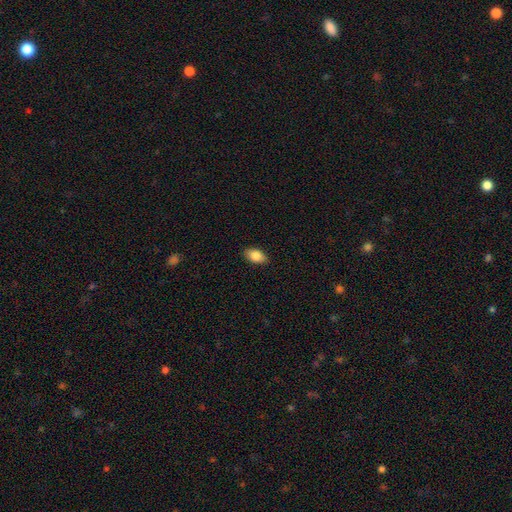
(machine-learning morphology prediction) A smooth galaxy with no disk features (85%) that is in between round and cigar-shaped (91%).

Vote fractions:
- Smooth or featured? smooth: 85% / star or artifact: 7% / featured or disk: 7%
- How rounded? in between: 91% / round: 7% / cigar-shaped: 2%
- Merging? none: 87% / minor disturbance: 10% / major disturbance: 2% / merger: 1%